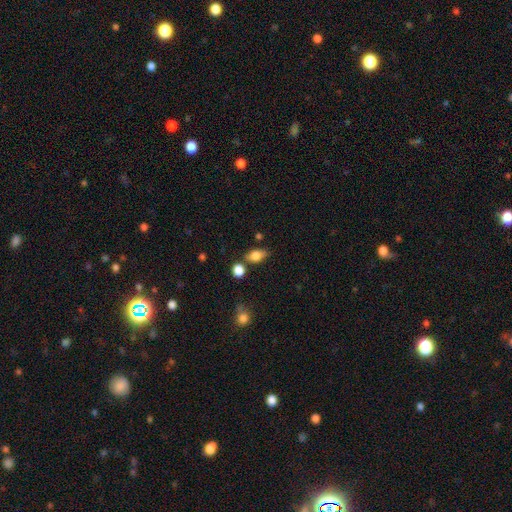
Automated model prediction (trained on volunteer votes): A smooth galaxy with no disk features (78%) that is in between round and cigar-shaped (82%). Merging: none (69%).